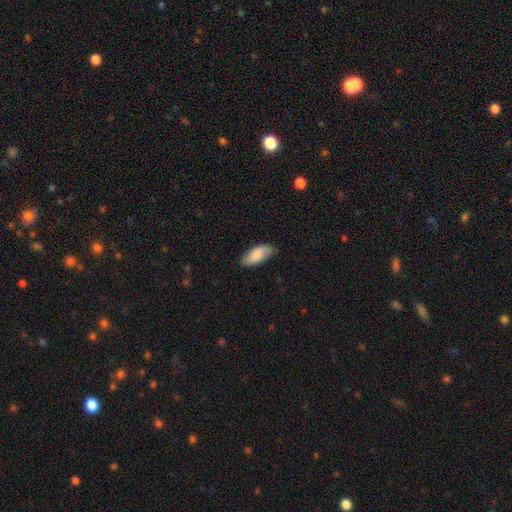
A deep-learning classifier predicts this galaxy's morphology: smooth-or-featured: smooth: 78% | featured or disk: 16% | star or artifact: 6%
  how-rounded: in between: 88% | cigar-shaped: 9% | round: 2%
  merging: none: 82% | minor disturbance: 15% | major disturbance: 3% | merger: 1%